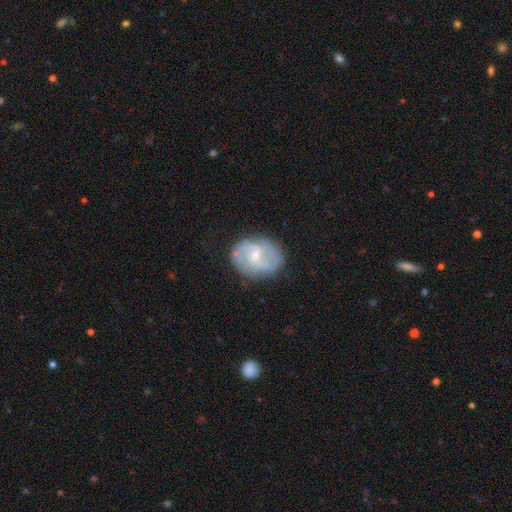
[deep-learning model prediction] smooth-or-featured: featured or disk: 74% | smooth: 20% | star or artifact: 6%
  disk-edge-on: no: 97% | yes: 3%
    bar: weak: 59% | no: 27% | strong: 14%
    has-spiral-arms: yes: 88% | no: 12%
      spiral-winding: medium: 48% | loose: 31% | tight: 21%
      spiral-arm-count: 2: 77% | can't tell: 12% | 3: 4% | 1: 3% | 4: 2% | more than 4: 1%
    bulge-size: small: 52% | moderate: 40% | none: 5% | large: 2% | dominant: 1%
  merging: none: 72% | minor disturbance: 19% | major disturbance: 7% | merger: 2%